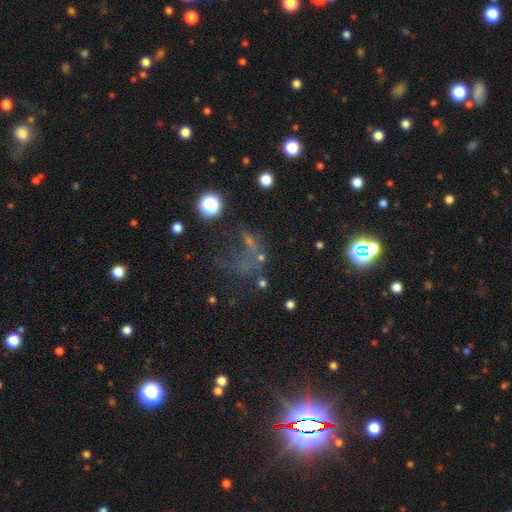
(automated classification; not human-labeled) A star or artifact, not a galaxy (40%).

Vote fractions:
- Smooth or featured? star or artifact: 40% / smooth: 32% / featured or disk: 27%